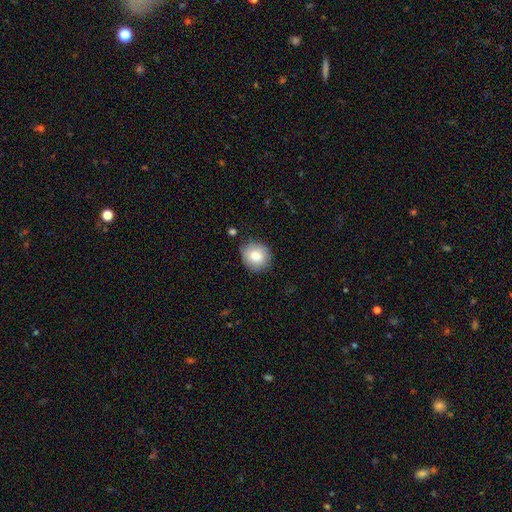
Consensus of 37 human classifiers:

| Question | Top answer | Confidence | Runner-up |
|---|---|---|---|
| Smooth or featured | smooth | 81% | featured or disk (14%) |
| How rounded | round | 87% | in between (13%) |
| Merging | none | 77% | minor disturbance (20%) |